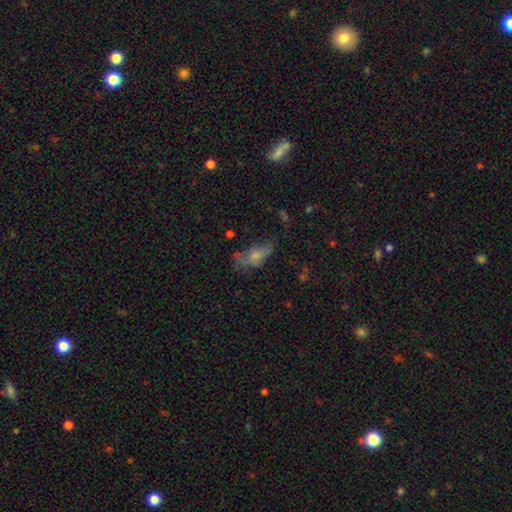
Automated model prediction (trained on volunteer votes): Overall: smooth (63%; featured or disk 25%). How rounded: in between (86%). Merging: major disturbance (32%, tied with none).